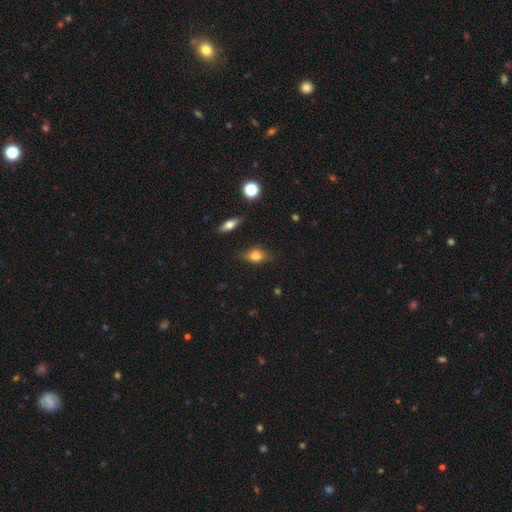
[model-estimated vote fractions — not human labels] Morphology: type=smooth (73%); roundness=in between (69%); merging=none (72%).